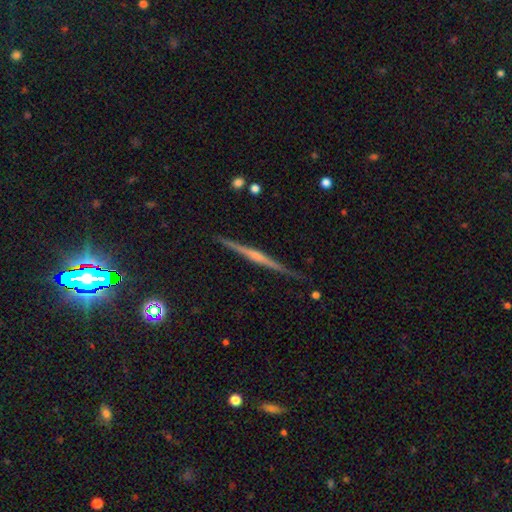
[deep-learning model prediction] The model was most divided on "edge-on bulge": rounded: 61%, none: 27%, boxy: 12%. More confident: edge-on disk — yes (98%); merging — none (89%); smooth or featured — featured or disk (78%).